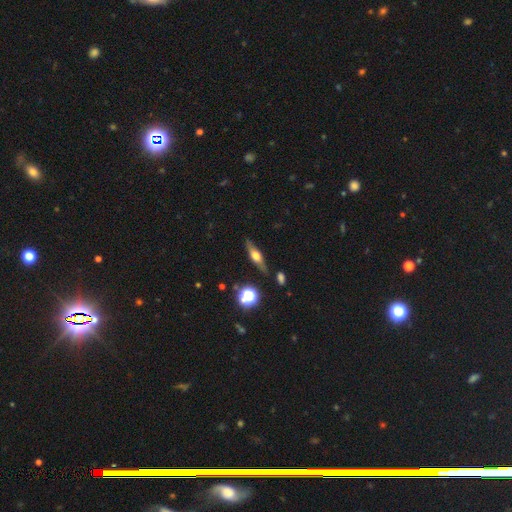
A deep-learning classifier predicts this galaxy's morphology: The model was most divided on "smooth or featured": featured or disk: 57%, smooth: 34%, star or artifact: 9%. More confident: edge-on bulge — rounded (92%); edge-on disk — yes (91%); merging — none (83%).